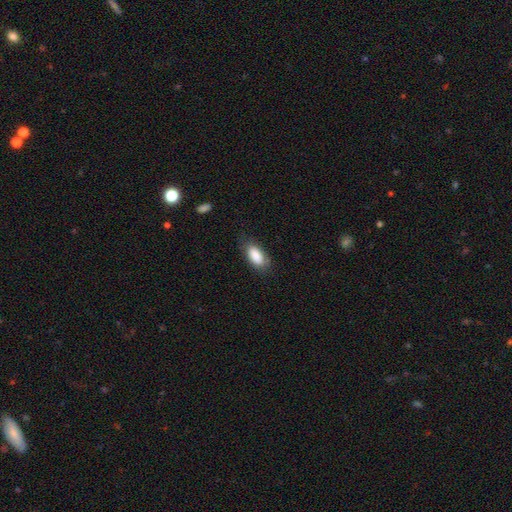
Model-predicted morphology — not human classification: Q: Smooth or featured?
A: smooth (86%); runner-up: featured or disk (7%)
Q: How rounded?
A: in between (89%); runner-up: cigar-shaped (8%)
Q: Merging?
A: none (74%); runner-up: minor disturbance (19%)